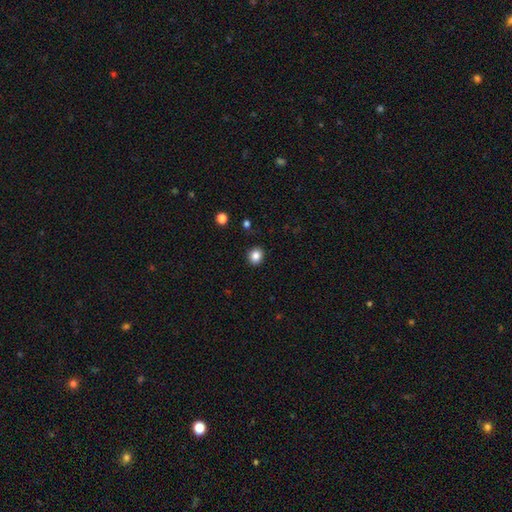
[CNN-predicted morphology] smooth-or-featured: smooth: 85% | star or artifact: 11% | featured or disk: 5%
  how-rounded: round: 73% | in between: 26% | cigar-shaped: 1%
  merging: none: 90% | minor disturbance: 7% | major disturbance: 2% | merger: 1%